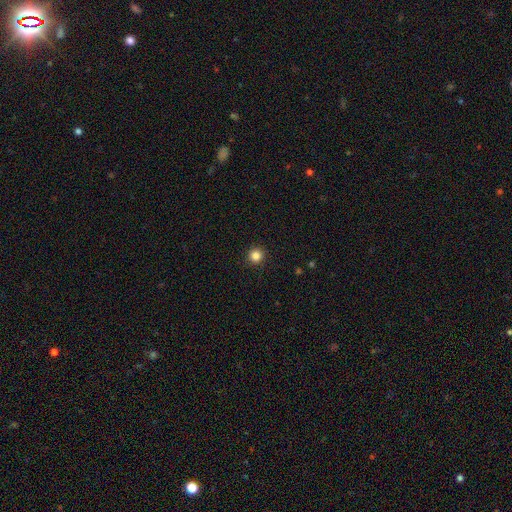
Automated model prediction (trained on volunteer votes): The model was most divided on "smooth or featured": smooth: 85%, star or artifact: 12%, featured or disk: 4%. More confident: how rounded — round (96%); merging — none (93%).